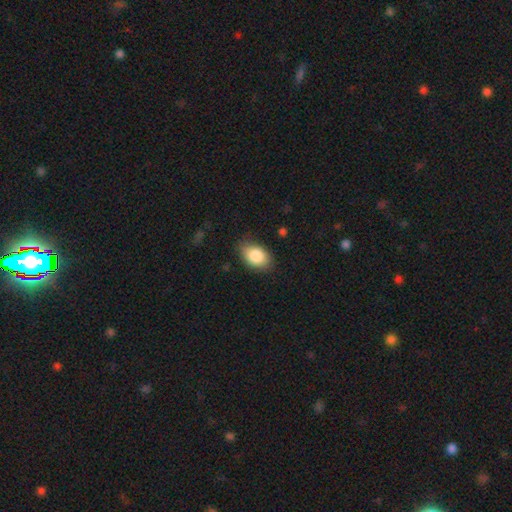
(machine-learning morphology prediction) Smooth or featured? smooth (86%)
How rounded? in between (88%)
Merging? none (79%)